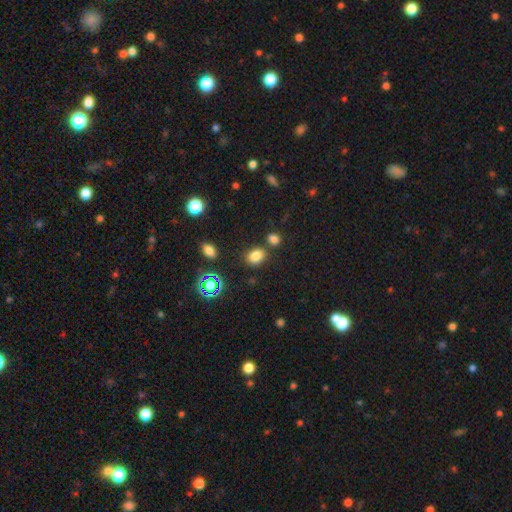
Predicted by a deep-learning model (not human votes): This appears to be a smooth galaxy with no disk features (79%) that is in between round and cigar-shaped (64%). Merging: none (73%).